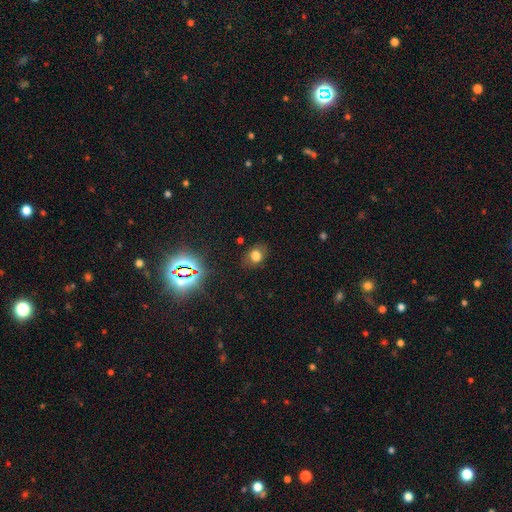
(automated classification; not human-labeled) The model was most divided on "how rounded": in between: 56%, round: 43%, cigar-shaped: 1%. More confident: merging — none (78%); smooth or featured — smooth (70%).